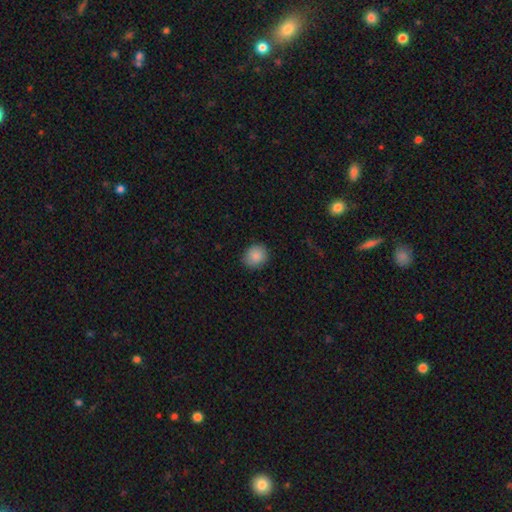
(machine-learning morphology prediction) smooth 87%, star or artifact 8%, featured or disk 5%. Down the decision tree: how rounded — round (76%); merging — none (86%).